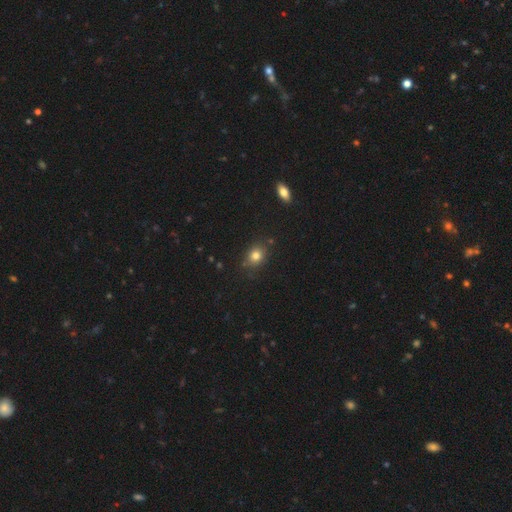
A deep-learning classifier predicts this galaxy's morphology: This is likely a smooth galaxy (79%). How rounded: possibly round (53%). Merging: likely none (79%).